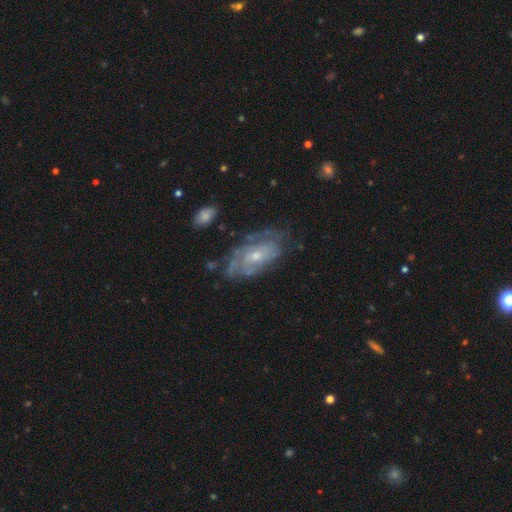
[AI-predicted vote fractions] Smooth or featured?
  - featured or disk: 75% *
  - smooth: 19%
  - star or artifact: 7%
Edge-on disk?
  - no: 94% *
  - yes: 6%
Bar?
  - no: 71% *
  - weak: 25%
  - strong: 4%
Spiral arms?
  - yes: 80% *
  - no: 20%
Spiral winding?
  - tight: 60% *
  - medium: 30%
  - loose: 10%
Spiral arm count?
  - can't tell: 57% *
  - 2: 19%
  - 3: 10%
  - 4: 6%
  - 1: 4%
  - more than 4: 4%
Bulge size?
  - small: 60% *
  - moderate: 35%
  - none: 2%
  - large: 2%
  - dominant: 1%
Merging?
  - none: 61% *
  - minor disturbance: 24%
  - major disturbance: 12%
  - merger: 3%